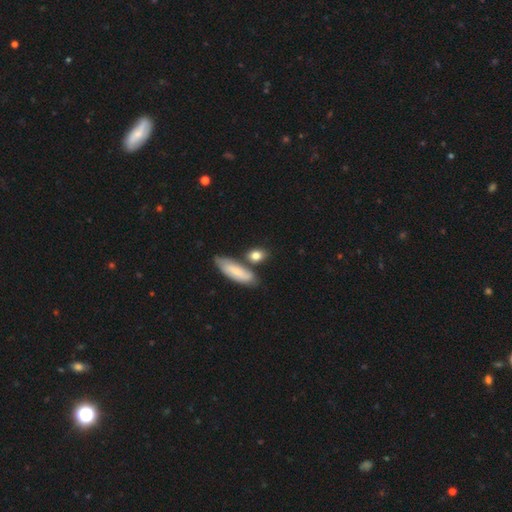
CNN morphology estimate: Smooth or featured?
  - smooth: 80% *
  - featured or disk: 14%
  - star or artifact: 7%
How rounded?
  - in between: 55% *
  - round: 31%
  - cigar-shaped: 14%
Merging?
  - none: 63% *
  - merger: 18%
  - minor disturbance: 15%
  - major disturbance: 4%